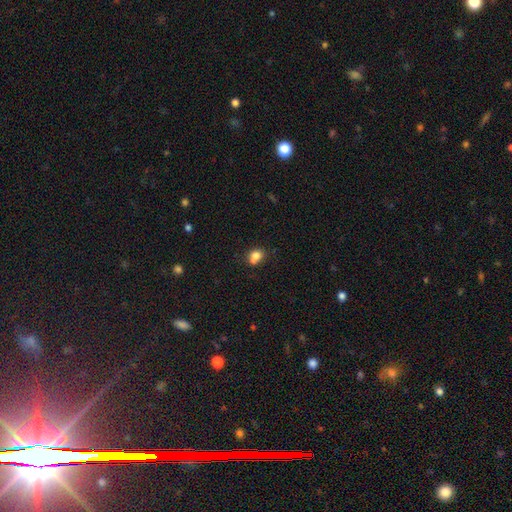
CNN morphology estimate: Smooth or featured? smooth (78%)
How rounded? round (54%)
Merging? none (47%)